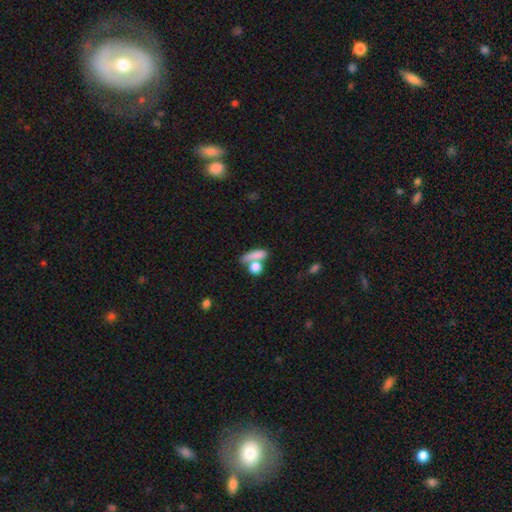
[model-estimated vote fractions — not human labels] A smooth galaxy with no disk features (78%) that is in between round and cigar-shaped (50%). Merging: none (40%, tied with merger).